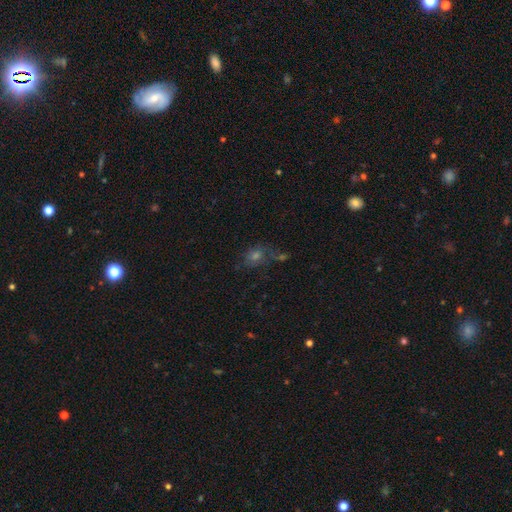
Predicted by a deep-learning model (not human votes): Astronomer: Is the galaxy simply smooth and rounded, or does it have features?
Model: smooth — 43% (runner-up: star or artifact, 31%).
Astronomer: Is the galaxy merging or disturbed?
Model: none — 52%.